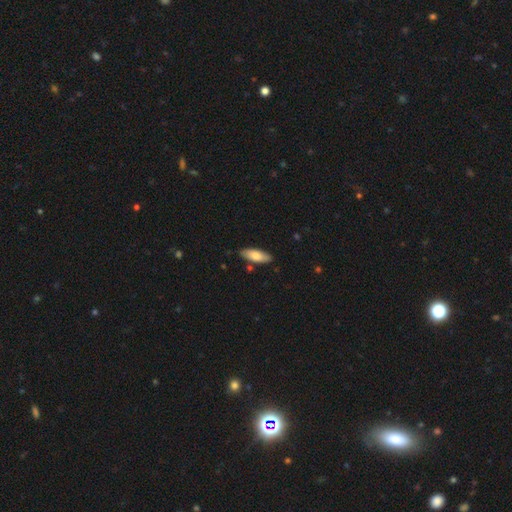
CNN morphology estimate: Smooth or featured: smooth — 76% (featured or disk — 18%)
How rounded: in between — 70% (cigar-shaped — 28%)
Merging: none — 84% (minor disturbance — 11%)